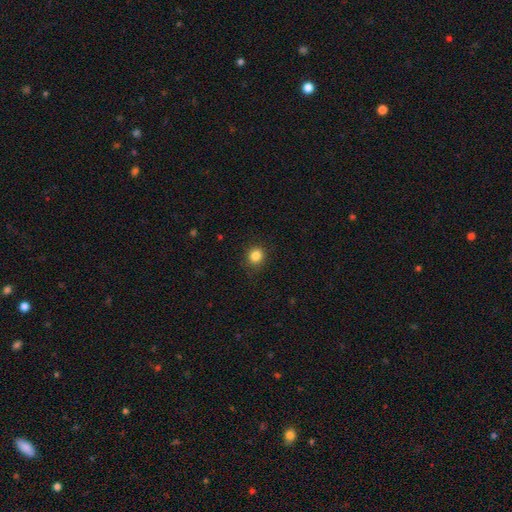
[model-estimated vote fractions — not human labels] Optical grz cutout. It shows a smooth galaxy with no disk features (84%) that is round (82%). Merging: none (87%).